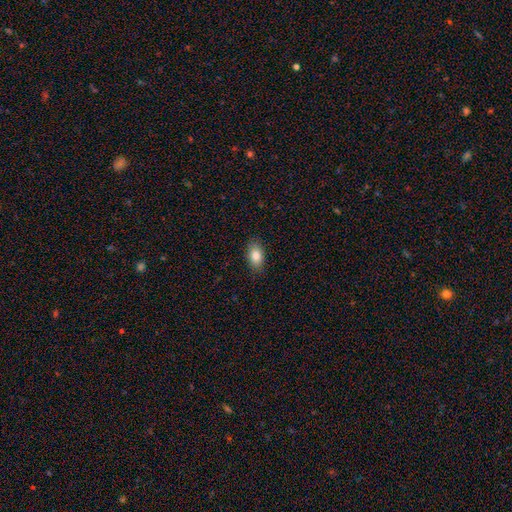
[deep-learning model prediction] Smooth or featured: smooth — 83% (featured or disk — 9%)
How rounded: in between — 90% (round — 8%)
Merging: none — 87% (minor disturbance — 10%)